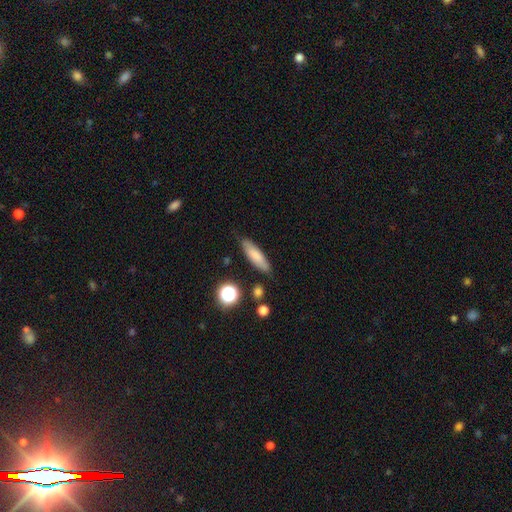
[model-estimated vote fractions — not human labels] Smooth or featured? smooth (77%)
How rounded? cigar-shaped (58%)
Merging? none (81%)